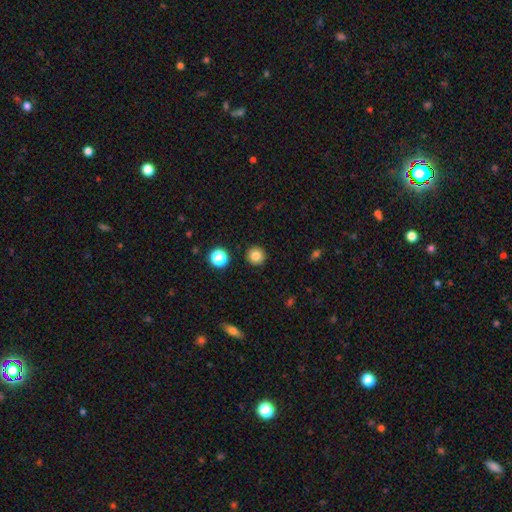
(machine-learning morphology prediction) smooth-or-featured: smooth: 82% | star or artifact: 12% | featured or disk: 7%
  how-rounded: round: 94% | in between: 5% | cigar-shaped: 1%
  merging: none: 92% | minor disturbance: 5% | major disturbance: 2% | merger: 1%